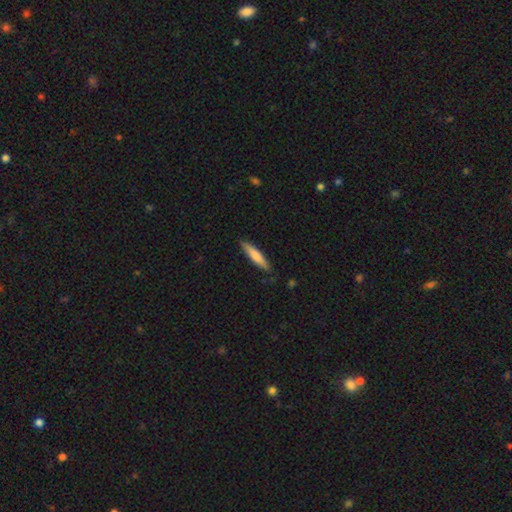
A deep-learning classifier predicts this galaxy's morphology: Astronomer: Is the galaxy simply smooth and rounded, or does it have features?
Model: smooth — 73%.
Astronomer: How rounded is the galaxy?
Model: cigar-shaped — 85%.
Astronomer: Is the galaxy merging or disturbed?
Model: none — 84%.